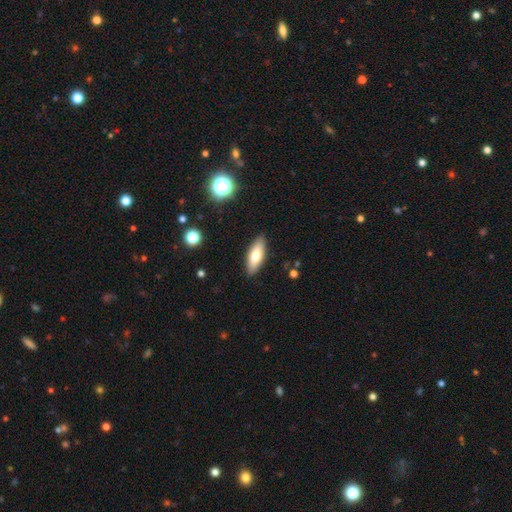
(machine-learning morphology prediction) type=smooth (73%); roundness=in between (68%); merging=none (88%).